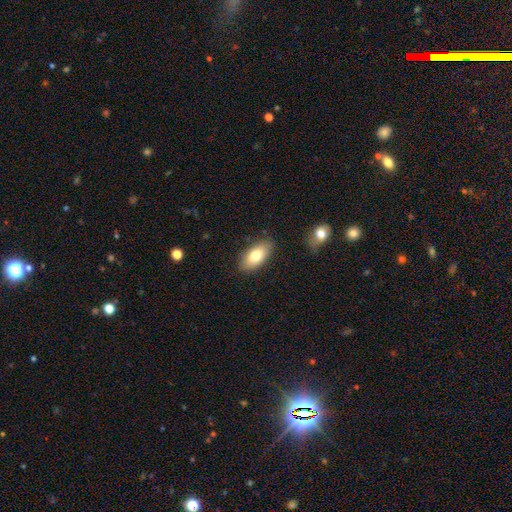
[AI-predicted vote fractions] Overall: smooth (77%). How rounded: in between (90%). Merging: none (85%).